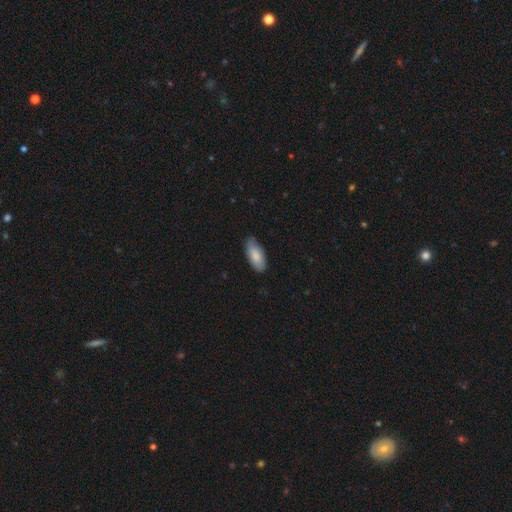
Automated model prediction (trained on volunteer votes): Smooth or featured?
  - smooth: 83% *
  - featured or disk: 11%
  - star or artifact: 5%
How rounded?
  - in between: 89% *
  - cigar-shaped: 10%
  - round: 2%
Merging?
  - none: 82% *
  - minor disturbance: 15%
  - major disturbance: 2%
  - merger: 1%